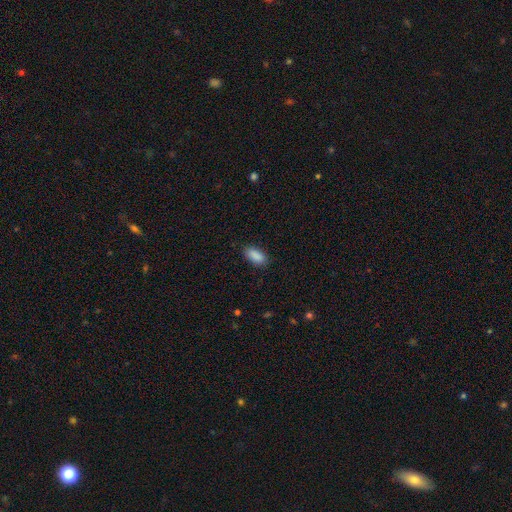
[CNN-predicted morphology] Smooth or featured? Predicted: smooth (p=0.90). How rounded? Predicted: in between (p=0.90). Merging? Predicted: none (p=0.86).